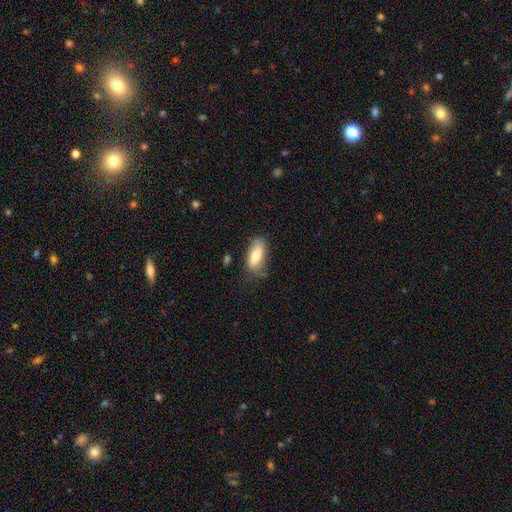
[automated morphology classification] type=smooth (75%); roundness=in between (83%); merging=none (69%).